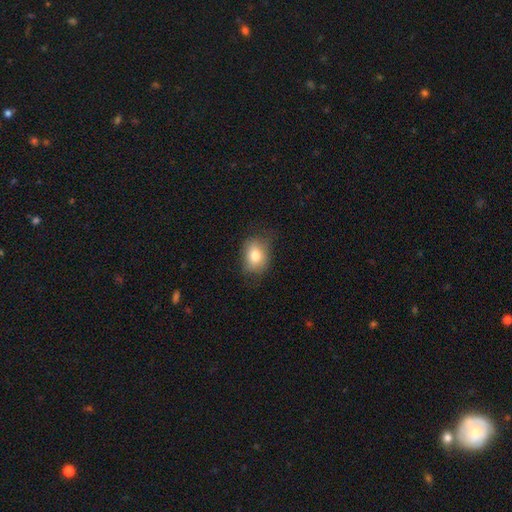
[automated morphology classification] Smooth or featured? smooth (77%)
How rounded? in between (63%)
Merging? none (66%)